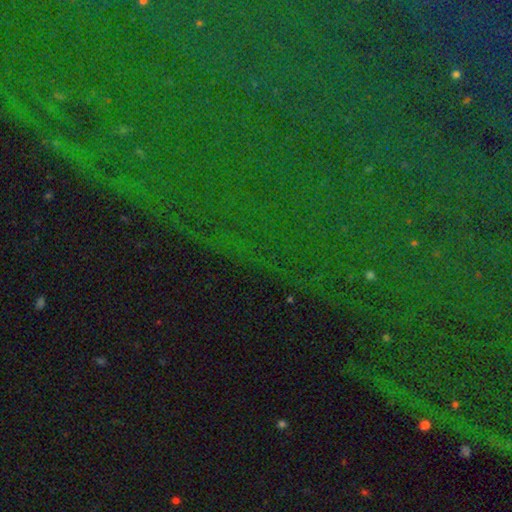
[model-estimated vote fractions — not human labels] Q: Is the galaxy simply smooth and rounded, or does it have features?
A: star or artifact — 83%.